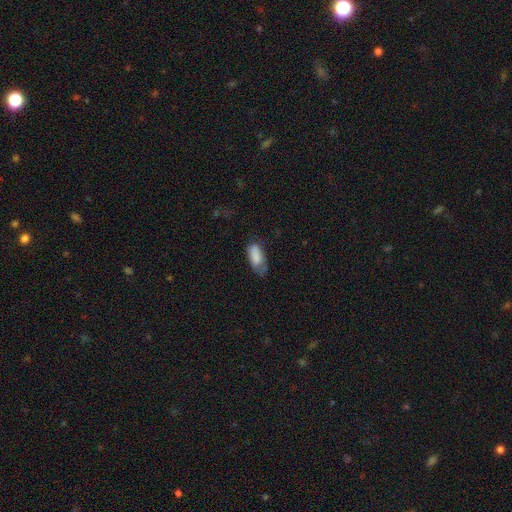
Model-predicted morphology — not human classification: smooth 81%, featured or disk 12%, star or artifact 7%. Down the decision tree: how rounded — in between (86%); merging — none (46%).